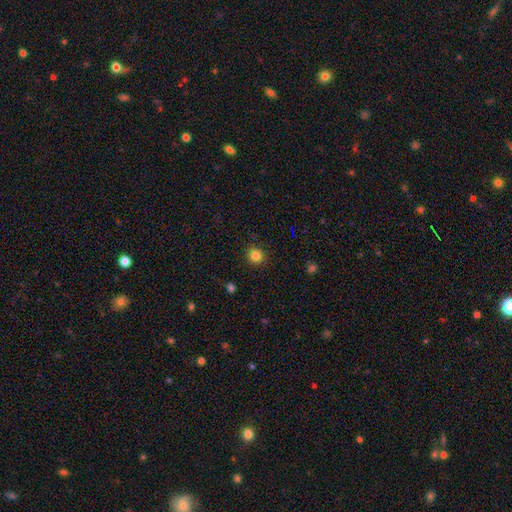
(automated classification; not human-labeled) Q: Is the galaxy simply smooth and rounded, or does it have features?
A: smooth — 83%.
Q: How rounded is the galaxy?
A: round — 87%.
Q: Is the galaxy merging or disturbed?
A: none — 91%.